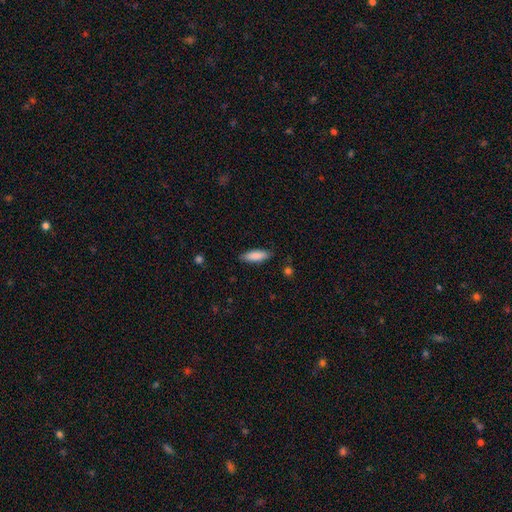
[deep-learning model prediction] Smooth or featured? Predicted: smooth (p=0.87). How rounded? Predicted: in between (p=0.56). Merging? Predicted: none (p=0.85).